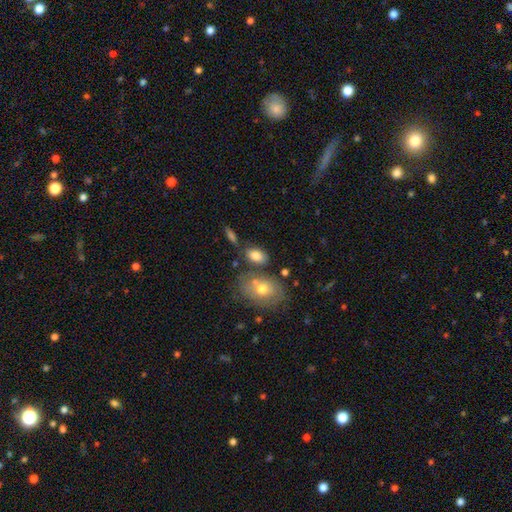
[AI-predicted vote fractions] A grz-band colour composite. It shows a smooth galaxy with no disk features (79%) that is in between round and cigar-shaped (87%). Merging: none (60%).